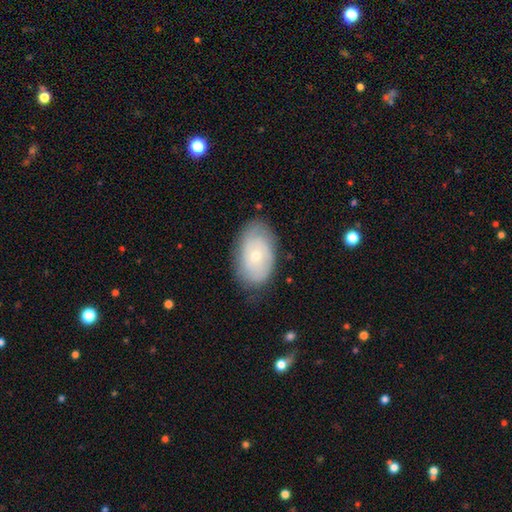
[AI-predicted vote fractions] This is possibly a smooth galaxy (47%). Merging: likely none (76%).